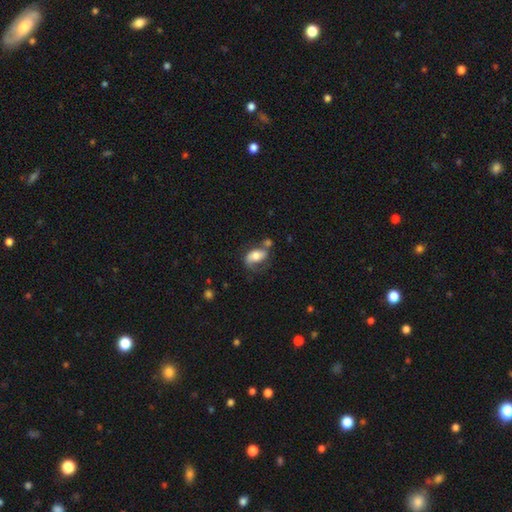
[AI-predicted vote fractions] Smooth or featured?
  - smooth: 55% *
  - featured or disk: 38%
  - star or artifact: 7%
How rounded?
  - in between: 89% *
  - round: 8%
  - cigar-shaped: 4%
Merging?
  - none: 35% *
  - minor disturbance: 25%
  - major disturbance: 22%
  - merger: 18%